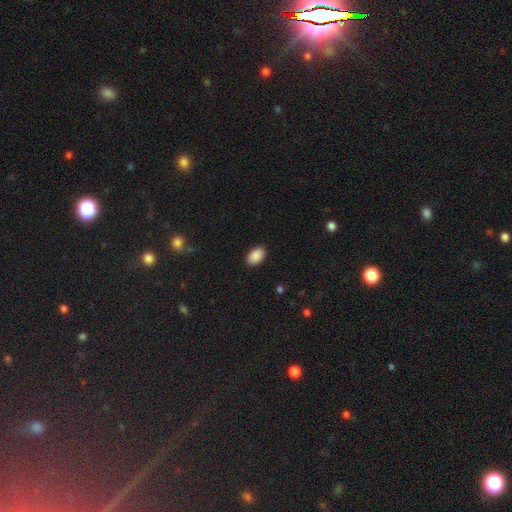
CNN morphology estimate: Smooth or featured? Predicted: smooth (p=0.90). How rounded? Predicted: in between (p=0.91). Merging? Predicted: none (p=0.89).